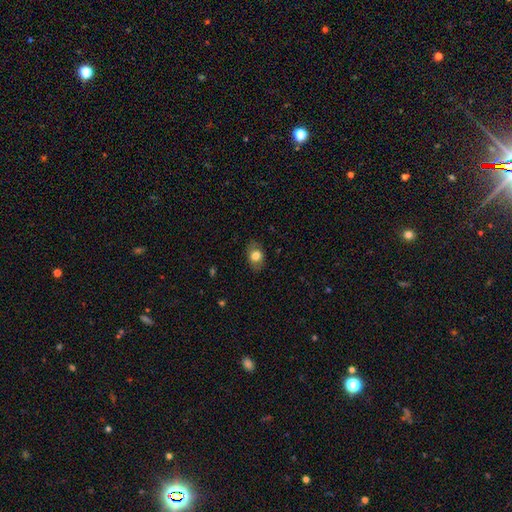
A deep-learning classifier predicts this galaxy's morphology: smooth_or_featured: smooth (p=0.76) [alt: featured or disk p=0.16]
how_rounded: in between (p=0.76) [alt: round p=0.23]
merging: none (p=0.81) [alt: minor disturbance p=0.14]